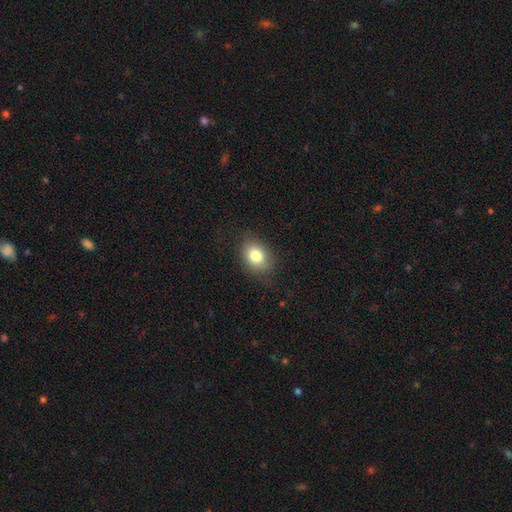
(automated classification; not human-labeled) A smooth galaxy with no disk features (80%) that is in between round and cigar-shaped (62%).

Vote fractions:
- Smooth or featured? smooth: 80% / featured or disk: 10% / star or artifact: 10%
- How rounded? in between: 62% / round: 37% / cigar-shaped: 1%
- Merging? none: 80% / minor disturbance: 14% / major disturbance: 4% / merger: 1%